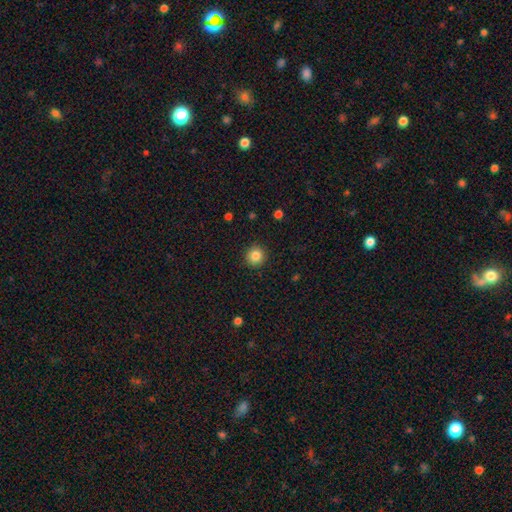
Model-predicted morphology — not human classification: This is clearly a smooth galaxy (85%). How rounded: clearly round (94%). Merging: clearly none (92%).